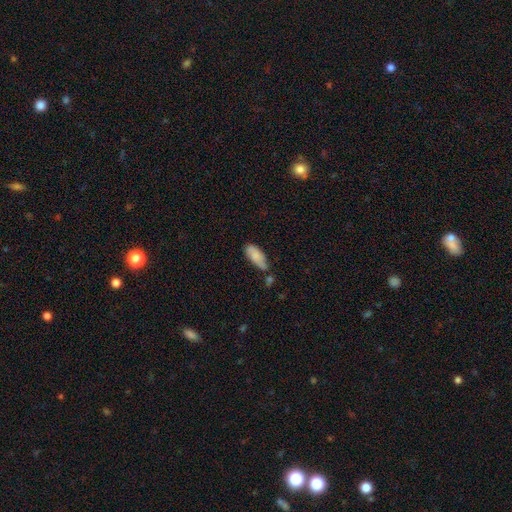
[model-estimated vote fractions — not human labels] A smooth galaxy with no disk features (74%) that is in between round and cigar-shaped (81%). Merging: none (46%).